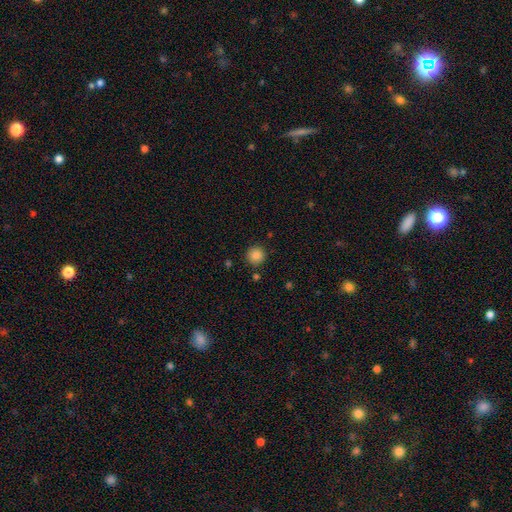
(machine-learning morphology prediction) This appears to be a smooth galaxy with no disk features (86%) that is round (95%). Merging: none (89%).